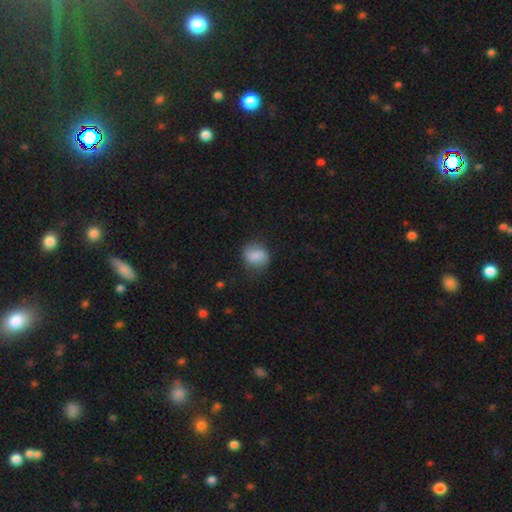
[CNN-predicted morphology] Smooth or featured: smooth — 81% (featured or disk — 11%)
How rounded: round — 62% (in between — 37%)
Merging: none — 73% (minor disturbance — 19%)